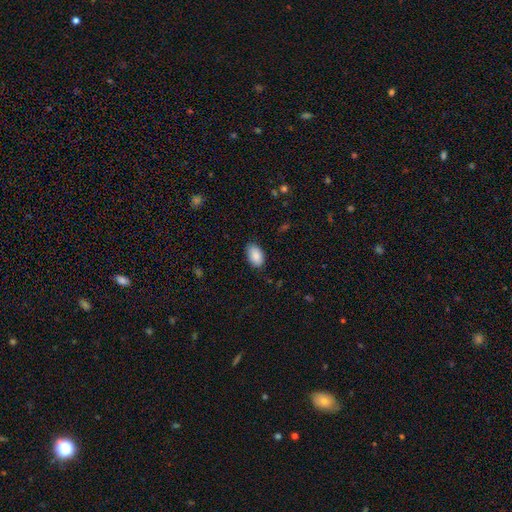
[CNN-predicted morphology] smooth 89%, star or artifact 7%, featured or disk 5%. Down the decision tree: how rounded — in between (93%); merging — none (85%).